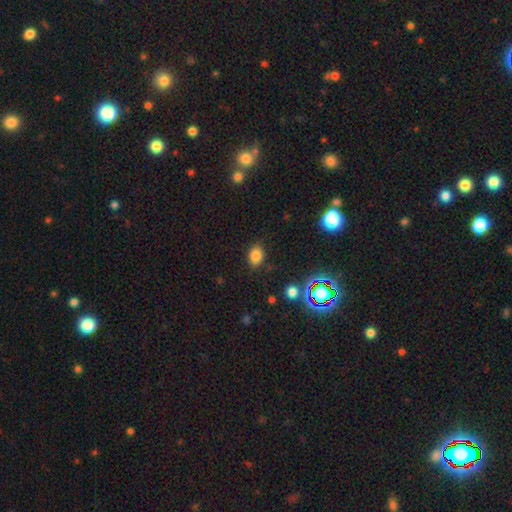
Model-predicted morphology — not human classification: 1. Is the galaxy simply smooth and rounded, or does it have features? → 81% smooth, 13% star or artifact, 6% featured or disk.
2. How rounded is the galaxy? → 72% in between, 26% round, 1% cigar-shaped.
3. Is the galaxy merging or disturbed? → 82% none, 13% minor disturbance, 3% major disturbance, 2% merger.